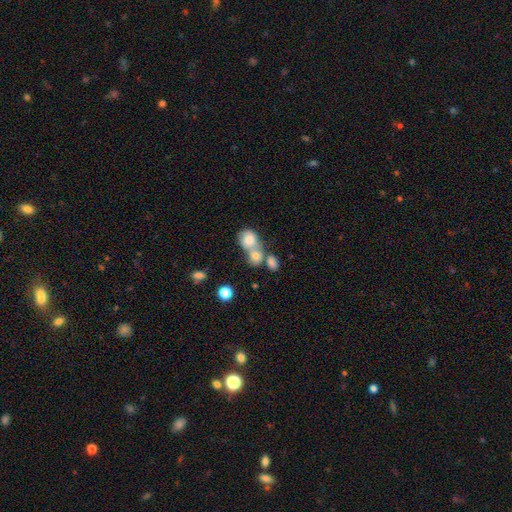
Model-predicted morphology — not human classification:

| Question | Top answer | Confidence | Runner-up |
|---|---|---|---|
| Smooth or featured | smooth | 77% | featured or disk (13%) |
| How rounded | round | 59% | in between (40%) |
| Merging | merger | 62% | none (26%) |